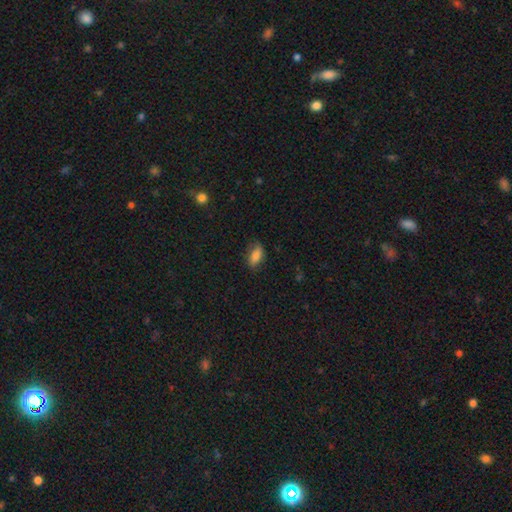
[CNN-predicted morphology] Smooth or featured? smooth (80%)
How rounded? in between (87%)
Merging? none (74%)